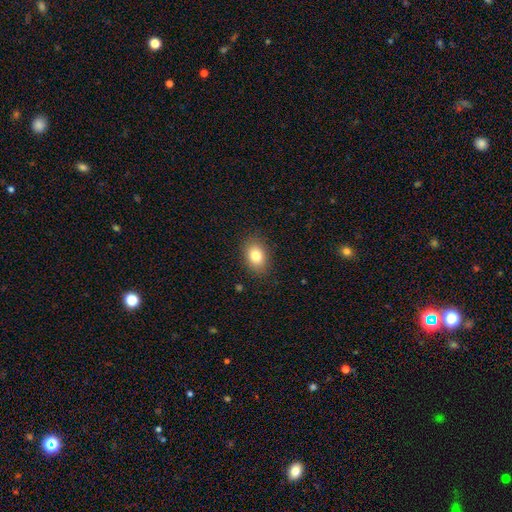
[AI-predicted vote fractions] smooth 81%, star or artifact 10%, featured or disk 9%. Down the decision tree: how rounded — in between (71%); merging — none (87%).